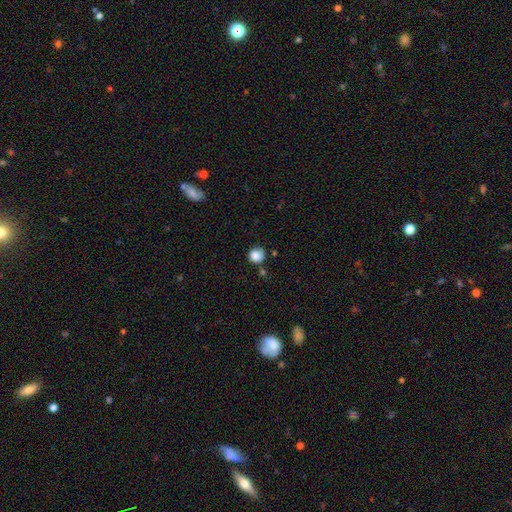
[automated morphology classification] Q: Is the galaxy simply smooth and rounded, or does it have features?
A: smooth — 85%.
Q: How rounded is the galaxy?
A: round — 89%.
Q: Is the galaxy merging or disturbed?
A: none — 68%.